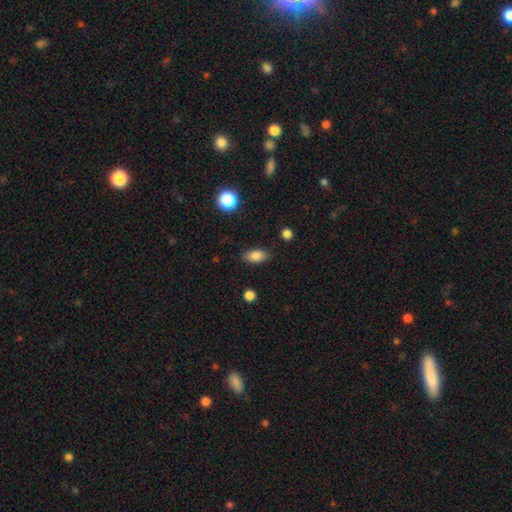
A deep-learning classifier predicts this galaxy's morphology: Overall: smooth (84%). How rounded: in between (87%). Merging: none (84%).